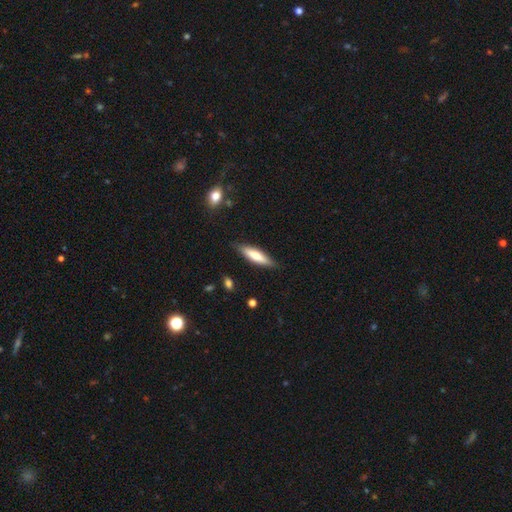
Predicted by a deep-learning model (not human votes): Q: Smooth or featured?
A: smooth (65%); runner-up: featured or disk (29%)
Q: How rounded?
A: cigar-shaped (68%); runner-up: in between (30%)
Q: Merging?
A: none (84%); runner-up: minor disturbance (12%)